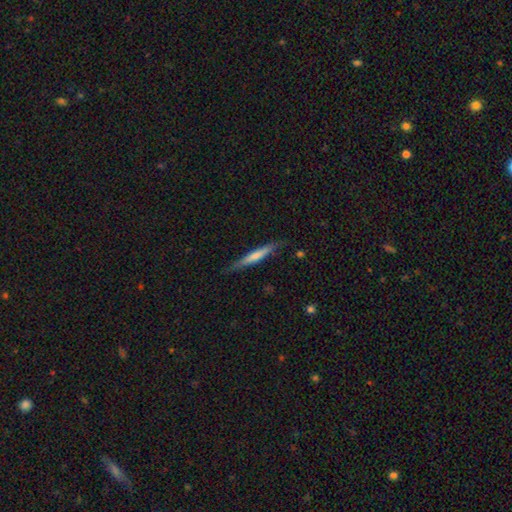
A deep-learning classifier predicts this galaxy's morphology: smooth_or_featured: smooth (p=0.58) [alt: featured or disk p=0.37]
how_rounded: cigar-shaped (p=0.94) [alt: in between p=0.05]
merging: none (p=0.80) [alt: minor disturbance p=0.16]